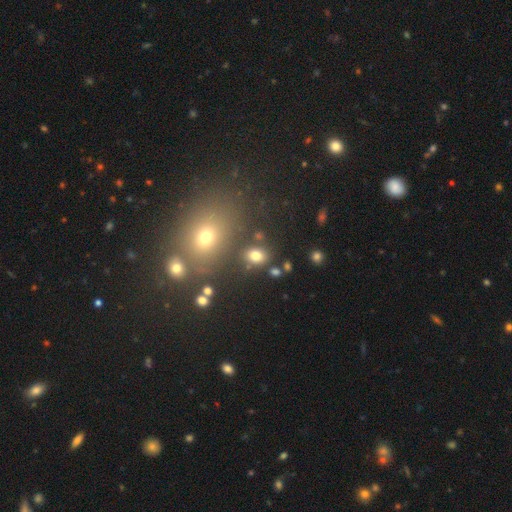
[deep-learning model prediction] Smooth or featured?
  - smooth: 78% *
  - star or artifact: 14%
  - featured or disk: 8%
How rounded?
  - in between: 62% *
  - round: 37%
  - cigar-shaped: 1%
Merging?
  - none: 77% *
  - minor disturbance: 11%
  - merger: 8%
  - major disturbance: 4%